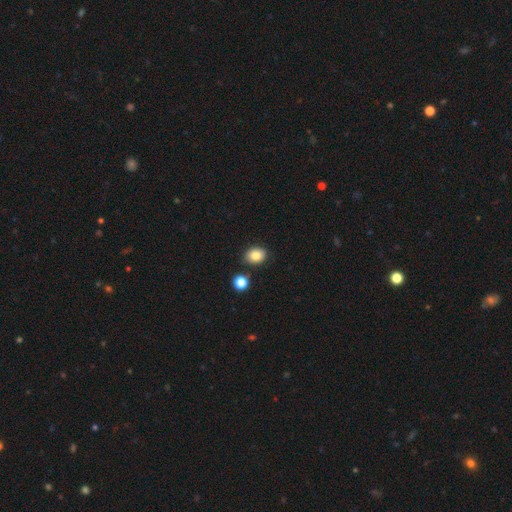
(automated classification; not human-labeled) smooth-or-featured: smooth: 83% | star or artifact: 10% | featured or disk: 7%
  how-rounded: in between: 56% | round: 43% | cigar-shaped: 1%
  merging: none: 82% | minor disturbance: 10% | merger: 5% | major disturbance: 2%